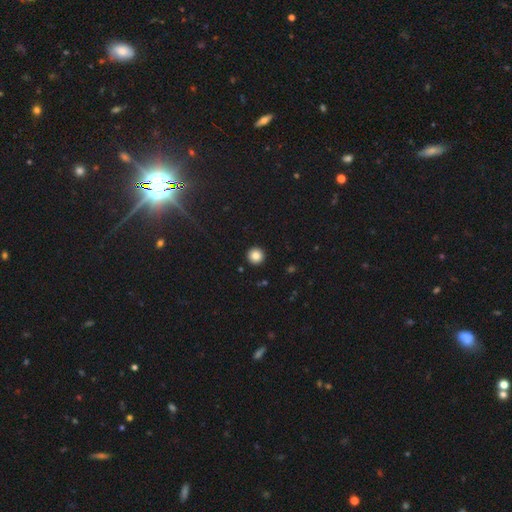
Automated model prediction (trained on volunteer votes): This is clearly a smooth galaxy (84%). How rounded: clearly round (96%). Merging: clearly none (94%).